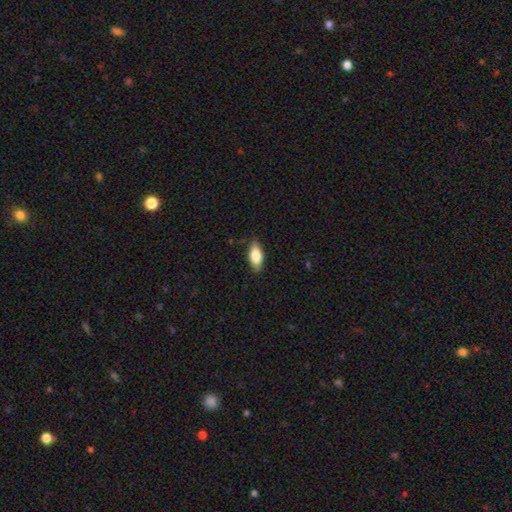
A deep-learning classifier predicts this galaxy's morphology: Q: Smooth or featured?
A: smooth (70%); runner-up: featured or disk (24%)
Q: How rounded?
A: in between (82%); runner-up: cigar-shaped (15%)
Q: Merging?
A: none (83%); runner-up: minor disturbance (13%)